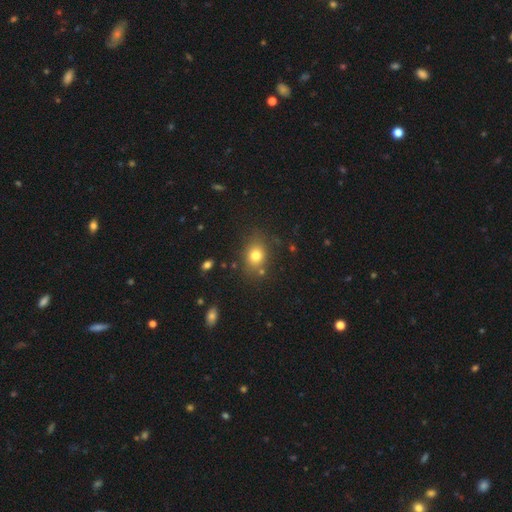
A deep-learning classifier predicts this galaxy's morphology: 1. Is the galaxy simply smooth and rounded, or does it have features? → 76% smooth, 14% star or artifact, 10% featured or disk.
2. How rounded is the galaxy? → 52% round, 47% in between, 1% cigar-shaped.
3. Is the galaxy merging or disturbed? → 77% none, 13% minor disturbance, 5% merger, 4% major disturbance.